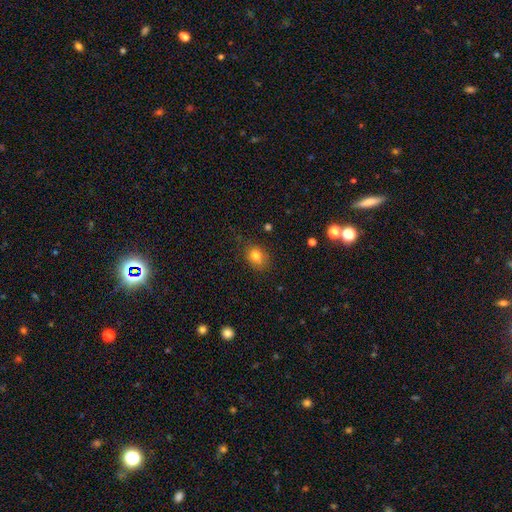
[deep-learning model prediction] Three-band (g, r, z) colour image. It shows a smooth galaxy with no disk features (79%) that is round (50%). Merging: none (75%).